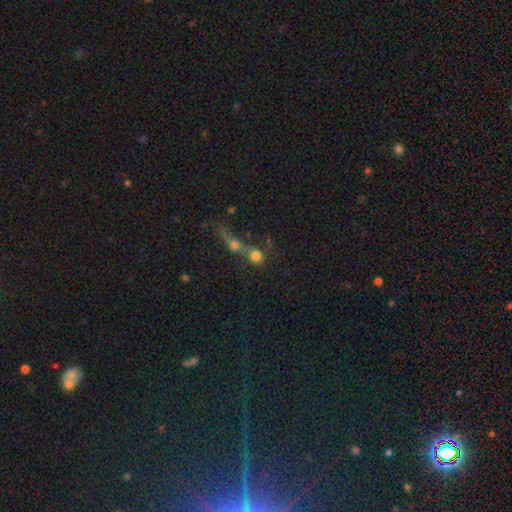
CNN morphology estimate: Smooth or featured: smooth — 68% (star or artifact — 16%)
How rounded: round — 79% (in between — 17%)
Merging: merger — 61% (none — 26%)